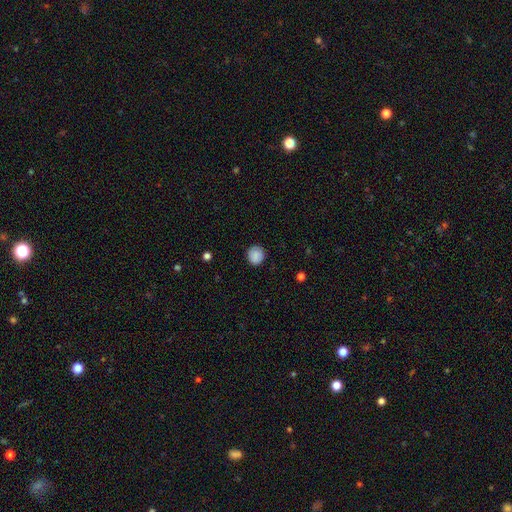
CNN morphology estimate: This appears to be a smooth galaxy with no disk features (86%) that is round (87%). Merging: none (86%).